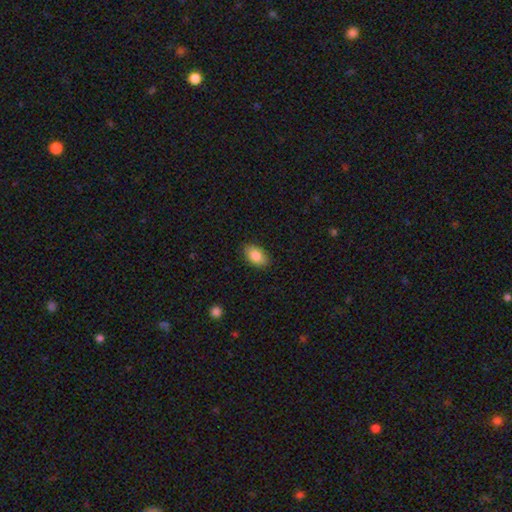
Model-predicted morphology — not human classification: Smooth or featured? smooth (85%)
How rounded? in between (92%)
Merging? none (87%)